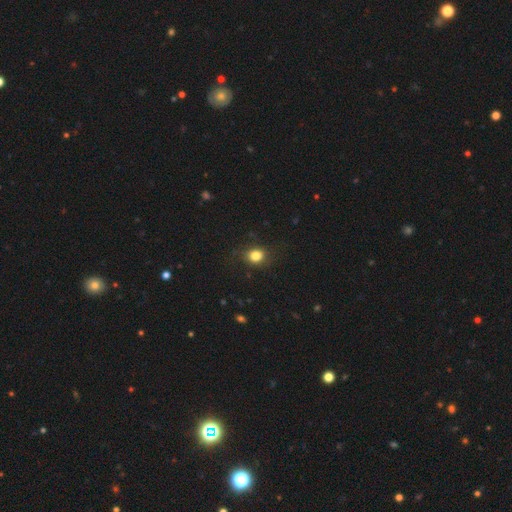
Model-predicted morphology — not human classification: Smooth or featured? smooth (83%)
How rounded? round (59%)
Merging? none (78%)